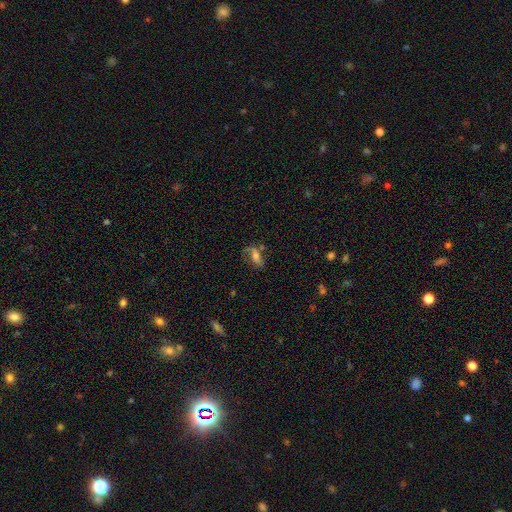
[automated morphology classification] A featured or disk galaxy (63%) with no bar (46%), spiral arms (84%) and a moderate central bulge (53%).

Vote fractions:
- Smooth or featured? featured or disk: 63% / smooth: 27% / star or artifact: 11%
- Edge-on disk? no: 91% / yes: 9%
- Bar? no: 46% / weak: 34% / strong: 20%
- Spiral arms? yes: 84% / no: 16%
- Bulge size? moderate: 53% / small: 27% / large: 12% / none: 5% / dominant: 2%
- Merging? none: 51% / minor disturbance: 21% / major disturbance: 20% / merger: 8%